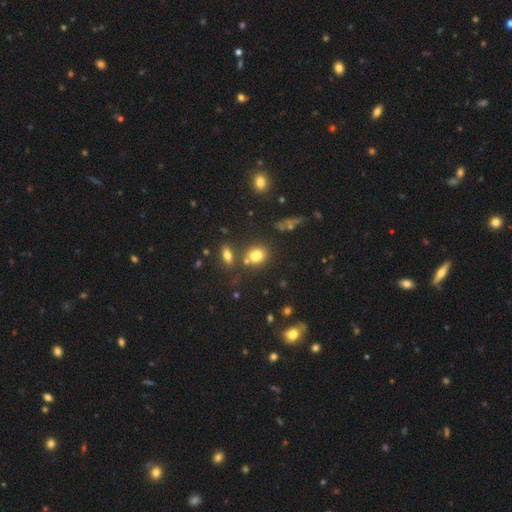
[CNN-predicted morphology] This appears to be a smooth galaxy with no disk features (75%) that is in between round and cigar-shaped (53%). Merging: none (58%).